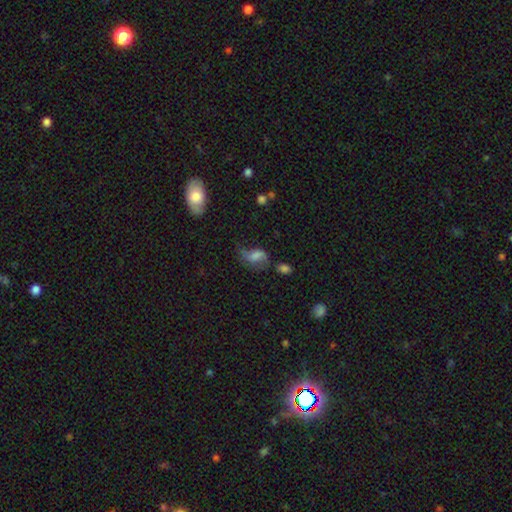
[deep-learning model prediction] Q: Smooth or featured?
A: featured or disk (44%); runner-up: smooth (43%)
Q: Merging?
A: none (43%); runner-up: minor disturbance (27%)